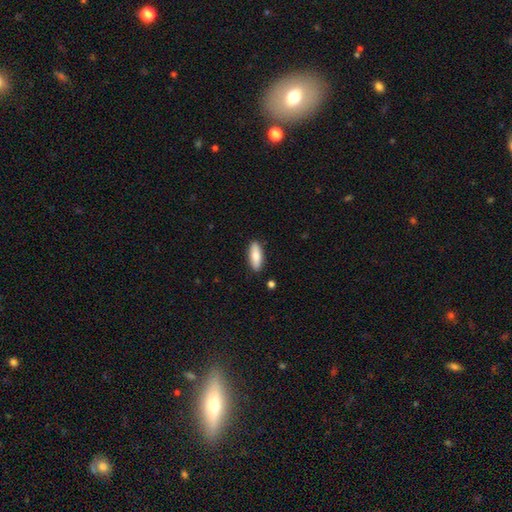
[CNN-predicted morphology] This appears to be a smooth galaxy with no disk features (81%) that is in between round and cigar-shaped (59%). Merging: none (88%).